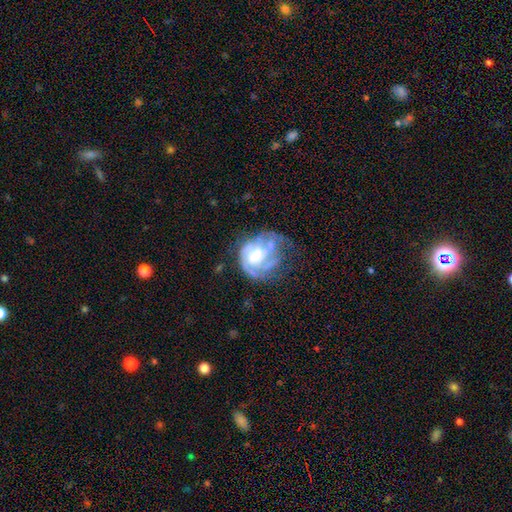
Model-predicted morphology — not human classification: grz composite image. It shows a featured or disk galaxy (77%) with no bar (45%), tight (51%) spiral arms (78%) and a moderate central bulge (57%). Merging: none (37%).